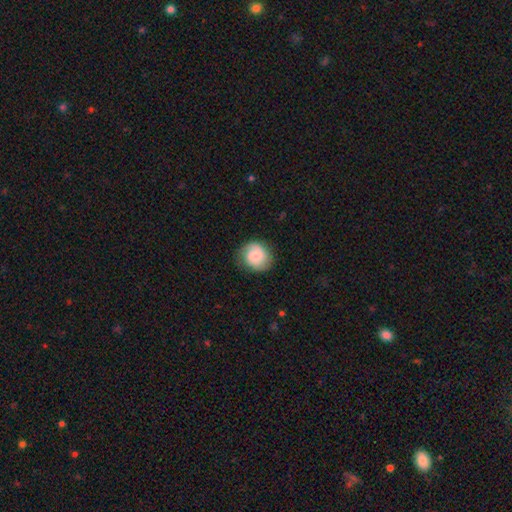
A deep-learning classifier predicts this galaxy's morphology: Q: Smooth or featured?
A: smooth (58%); runner-up: featured or disk (35%)
Q: How rounded?
A: round (78%); runner-up: in between (21%)
Q: Merging?
A: none (78%); runner-up: minor disturbance (16%)